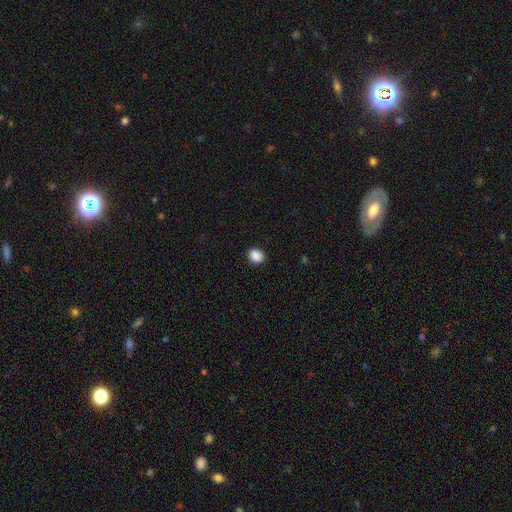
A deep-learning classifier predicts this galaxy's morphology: smooth 89%, star or artifact 8%, featured or disk 2%. Down the decision tree: how rounded — round (59%); merging — none (91%).